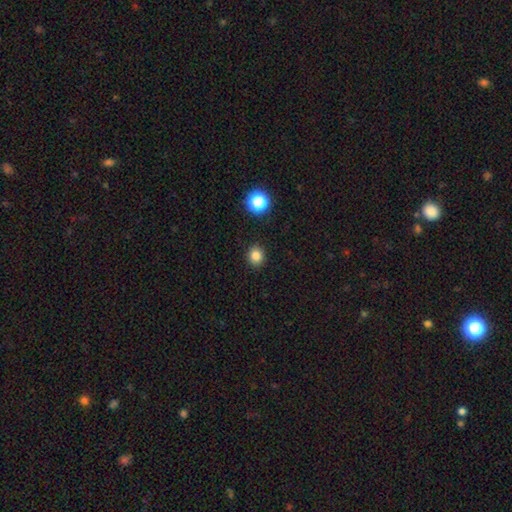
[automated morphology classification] smooth_or_featured: smooth (p=0.82) [alt: star or artifact p=0.13]
how_rounded: round (p=0.81) [alt: in between p=0.18]
merging: none (p=0.91) [alt: minor disturbance p=0.06]